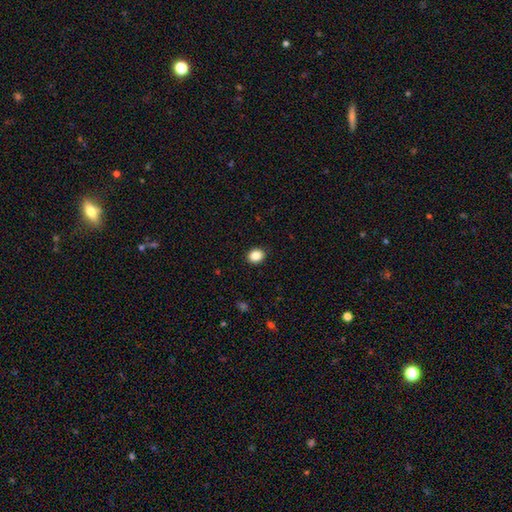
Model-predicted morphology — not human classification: Overall: smooth (86%). How rounded: round (59%; in between 40%). Merging: none (91%).